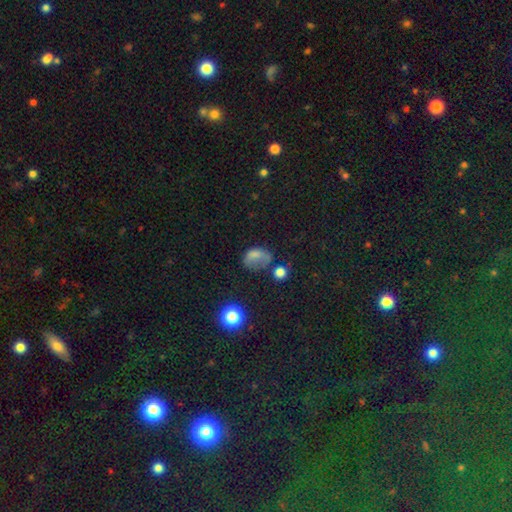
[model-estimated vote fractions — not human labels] This is likely a smooth galaxy (65%). How rounded: likely in between (70%). Merging: marginally major disturbance (34%).